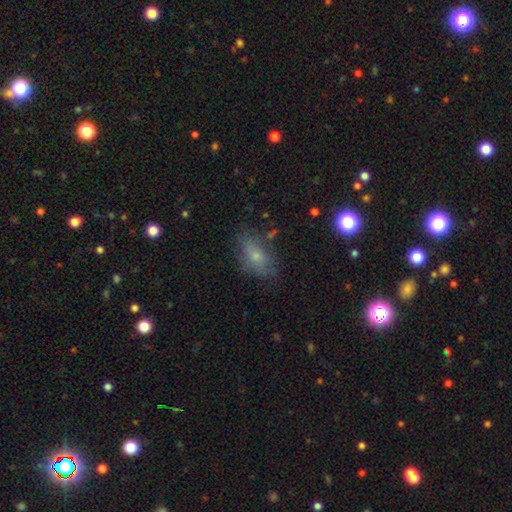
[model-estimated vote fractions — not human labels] Morphology: type=smooth (66%); roundness=in between (85%); merging=none (69%).